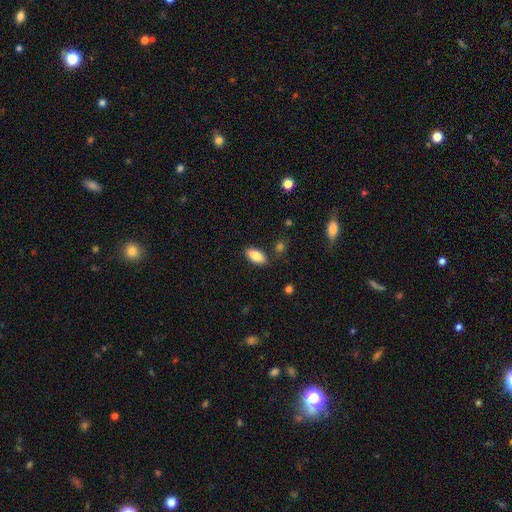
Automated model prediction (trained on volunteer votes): Morphology: type=smooth (84%); roundness=in between (90%); merging=none (84%).